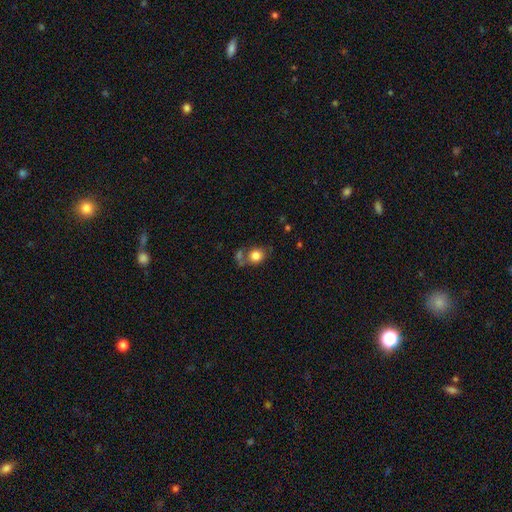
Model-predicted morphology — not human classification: The model was most divided on "how rounded": round: 63%, in between: 36%, cigar-shaped: 1%. More confident: smooth or featured — smooth (78%); merging — none (51%).